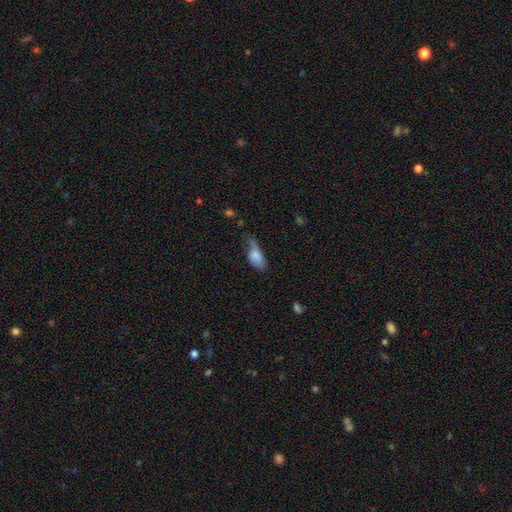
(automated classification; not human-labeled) A smooth galaxy with no disk features (75%) that is in between round and cigar-shaped (86%).

Vote fractions:
- Smooth or featured? smooth: 75% / featured or disk: 16% / star or artifact: 8%
- How rounded? in between: 86% / cigar-shaped: 10% / round: 5%
- Merging? minor disturbance: 39% / none: 28% / major disturbance: 27% / merger: 6%